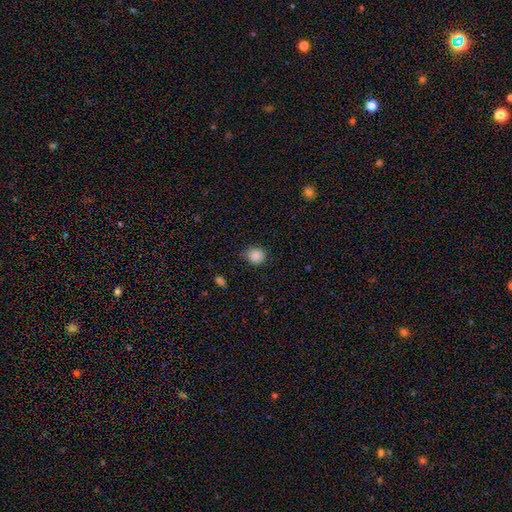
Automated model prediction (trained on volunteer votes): Smooth or featured? smooth (87%)
How rounded? round (87%)
Merging? none (80%)